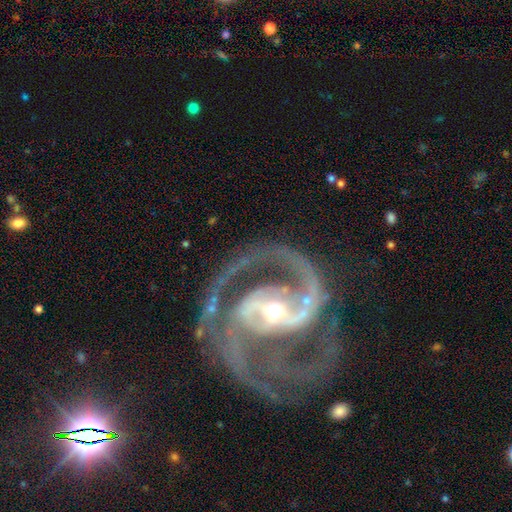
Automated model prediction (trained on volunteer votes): Smooth or featured?
  - featured or disk: 93% *
  - star or artifact: 4%
  - smooth: 2%
Edge-on disk?
  - no: 98% *
  - yes: 2%
Bar?
  - strong: 51% *
  - weak: 31%
  - no: 19%
Spiral arms?
  - yes: 98% *
  - no: 2%
Spiral winding?
  - medium: 59% *
  - tight: 31%
  - loose: 11%
Spiral arm count?
  - 2: 81% *
  - 3: 9%
  - can't tell: 3%
  - 1: 3%
  - 4: 2%
  - more than 4: 2%
Bulge size?
  - moderate: 54% *
  - small: 39%
  - large: 4%
  - none: 1%
  - dominant: 1%
Merging?
  - none: 61% *
  - minor disturbance: 18%
  - major disturbance: 17%
  - merger: 4%